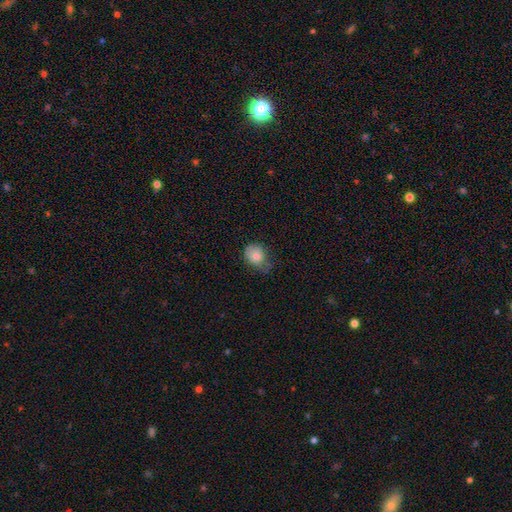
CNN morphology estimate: smooth_or_featured: smooth (p=0.81) [alt: featured or disk p=0.10]
how_rounded: round (p=0.52) [alt: in between p=0.47]
merging: minor disturbance (p=0.40) [tied with: none p=0.40]